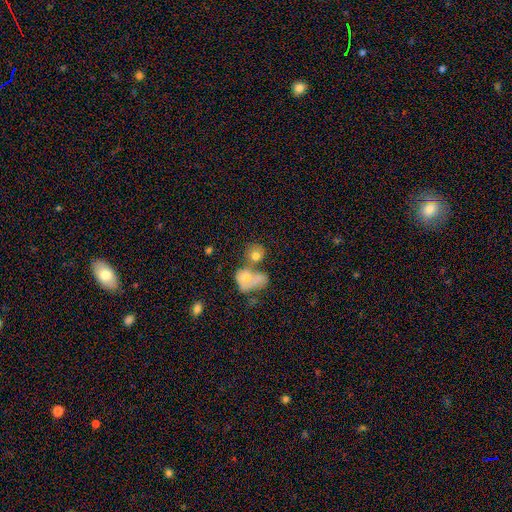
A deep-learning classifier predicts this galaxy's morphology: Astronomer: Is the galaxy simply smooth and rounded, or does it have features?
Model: smooth — 74%.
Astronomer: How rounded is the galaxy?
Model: round — 75%.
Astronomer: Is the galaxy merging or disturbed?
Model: merger — 48% (runner-up: none, 36%).